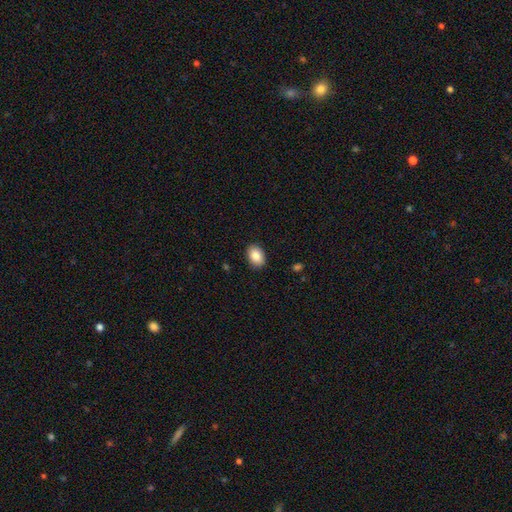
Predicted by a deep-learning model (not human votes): The model was most divided on "how rounded": in between: 79%, round: 20%, cigar-shaped: 1%. More confident: merging — none (89%); smooth or featured — smooth (86%).